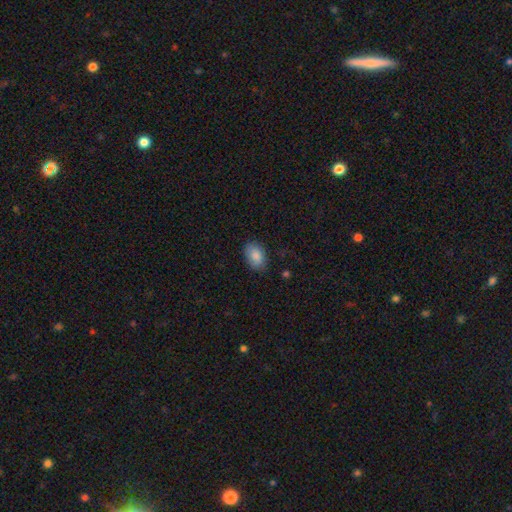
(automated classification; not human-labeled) This appears to be a smooth galaxy with no disk features (87%) that is in between round and cigar-shaped (89%). Merging: none (82%).